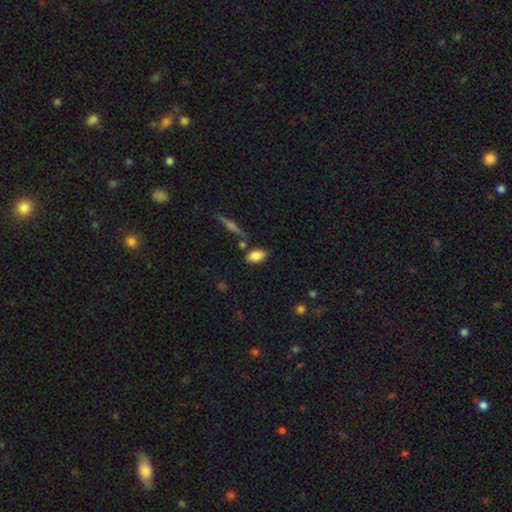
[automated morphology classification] smooth-or-featured: smooth: 83% | featured or disk: 9% | star or artifact: 8%
  how-rounded: in between: 90% | round: 6% | cigar-shaped: 4%
  merging: none: 73% | minor disturbance: 15% | merger: 8% | major disturbance: 4%